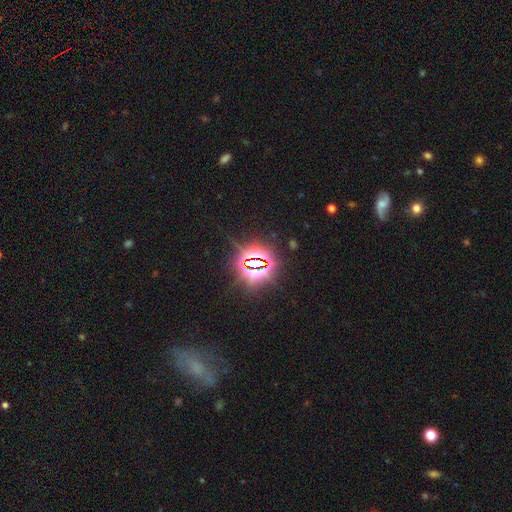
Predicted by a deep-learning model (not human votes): The model was most divided on "smooth or featured": star or artifact: 81%, smooth: 11%, featured or disk: 8%.